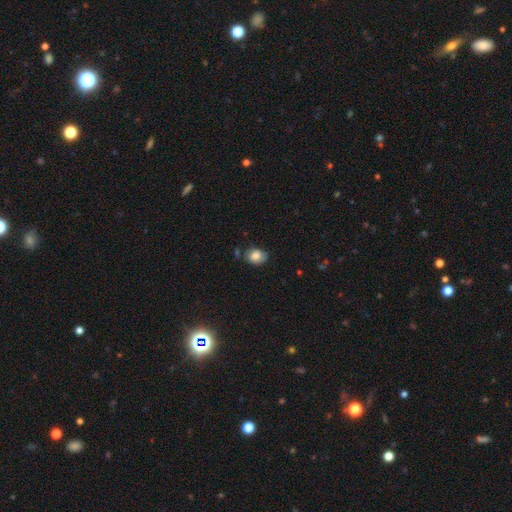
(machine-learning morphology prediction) Smooth or featured: smooth — 79% (featured or disk — 12%)
How rounded: in between — 59% (round — 40%)
Merging: none — 65% (minor disturbance — 25%)